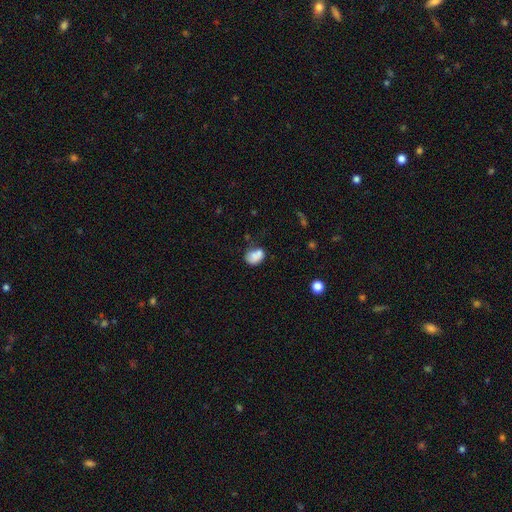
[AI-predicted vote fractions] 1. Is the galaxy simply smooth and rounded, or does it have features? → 79% smooth, 12% featured or disk, 10% star or artifact.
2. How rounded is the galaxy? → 65% in between, 33% round, 1% cigar-shaped.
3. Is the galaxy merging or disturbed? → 44% none, 24% minor disturbance, 23% merger, 10% major disturbance.